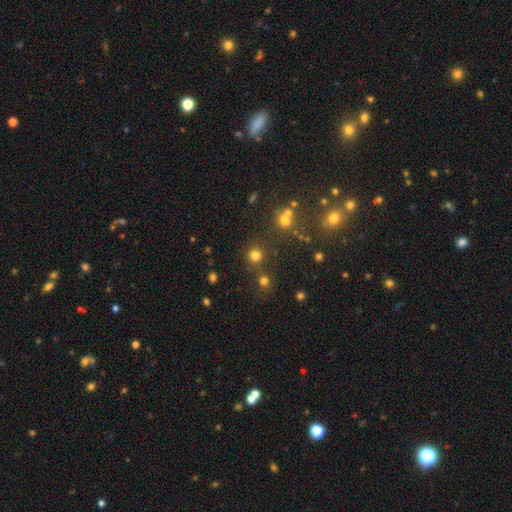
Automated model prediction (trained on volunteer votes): smooth-or-featured: smooth: 76% | star or artifact: 18% | featured or disk: 6%
  how-rounded: round: 90% | in between: 9% | cigar-shaped: 1%
  merging: none: 76% | merger: 13% | minor disturbance: 8% | major disturbance: 4%